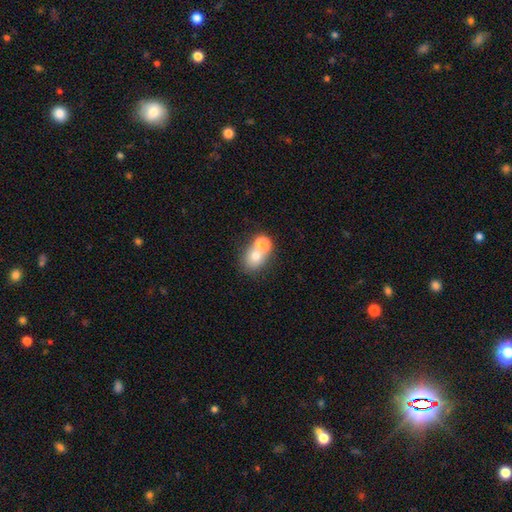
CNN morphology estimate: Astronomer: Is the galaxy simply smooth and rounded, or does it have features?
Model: smooth — 71%.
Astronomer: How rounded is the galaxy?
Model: round — 66%.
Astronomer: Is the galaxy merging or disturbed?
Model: merger — 54% (runner-up: none, 36%).